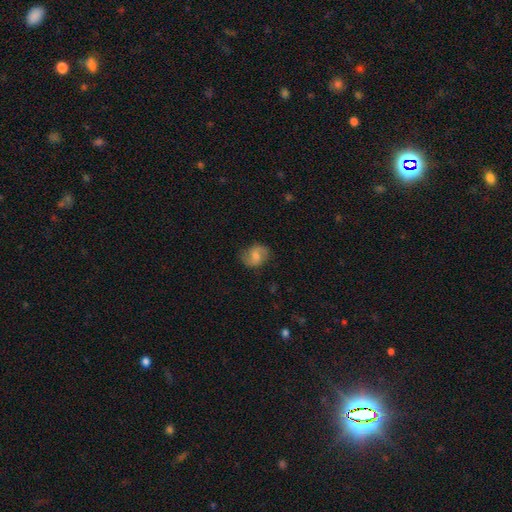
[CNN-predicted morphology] Overall: smooth (46%; featured or disk 45%). Merging: none (77%).